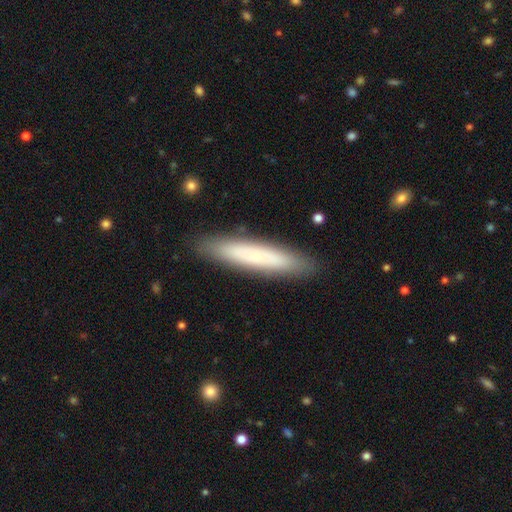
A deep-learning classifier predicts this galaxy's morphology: This appears to be a smooth galaxy with no disk features (66%) that is cigar-shaped (90%). Merging: none (89%).